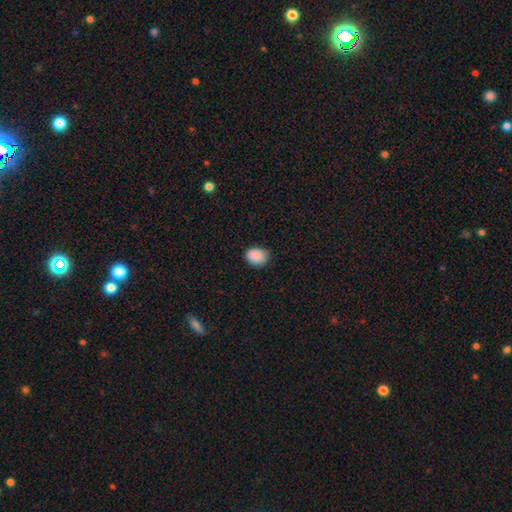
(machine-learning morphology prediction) smooth-or-featured: smooth: 88% | star or artifact: 8% | featured or disk: 3%
  how-rounded: in between: 53% | round: 46% | cigar-shaped: 1%
  merging: none: 76% | minor disturbance: 19% | major disturbance: 3% | merger: 1%